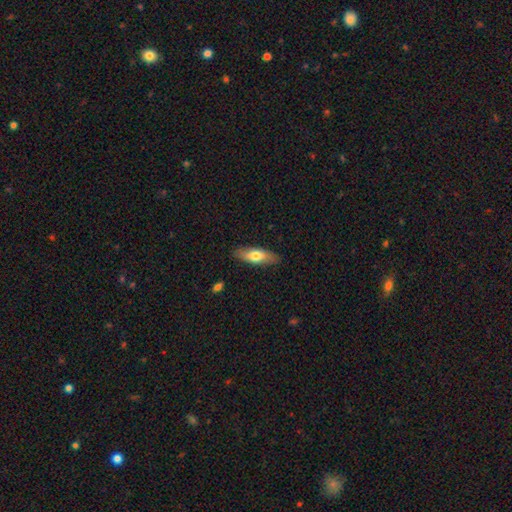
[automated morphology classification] A smooth galaxy with no disk features (66%) that is in between round and cigar-shaped (61%). Merging: none (85%).